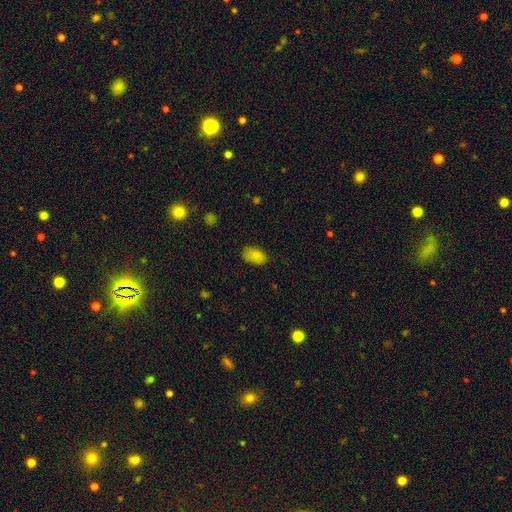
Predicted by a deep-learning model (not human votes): Smooth or featured: smooth — 85% (star or artifact — 9%)
How rounded: in between — 92% (round — 6%)
Merging: none — 80% (minor disturbance — 16%)